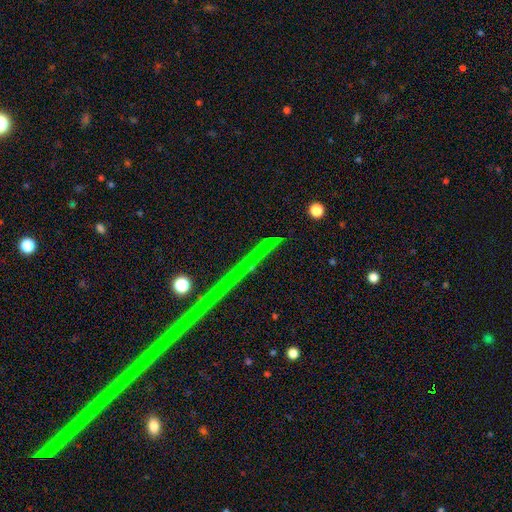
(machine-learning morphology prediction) Smooth or featured? star or artifact (71%)